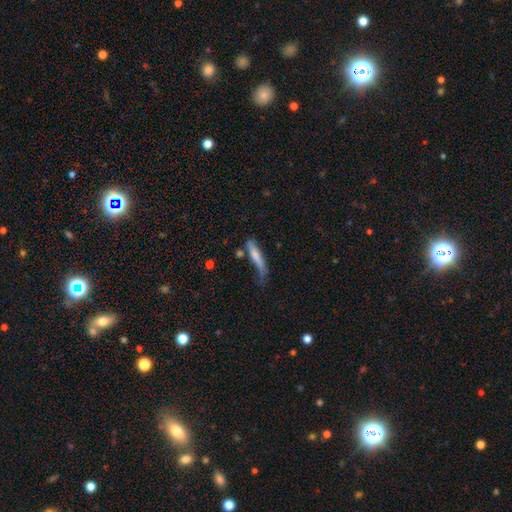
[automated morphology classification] Smooth or featured?
  - smooth: 66% *
  - featured or disk: 28%
  - star or artifact: 7%
How rounded?
  - cigar-shaped: 84% *
  - in between: 15%
  - round: 2%
Merging?
  - none: 38% *
  - minor disturbance: 31%
  - major disturbance: 22%
  - merger: 10%